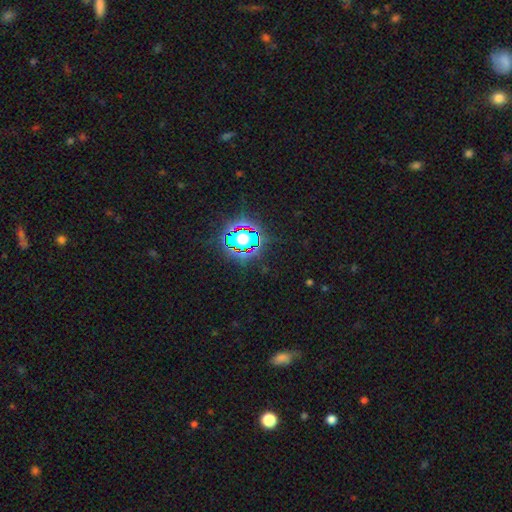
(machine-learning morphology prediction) Smooth or featured?
  - star or artifact: 77% *
  - smooth: 14%
  - featured or disk: 9%